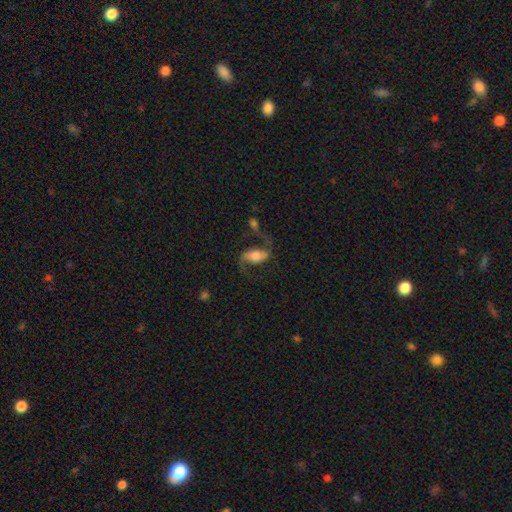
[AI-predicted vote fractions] Smooth or featured?
  - featured or disk: 73% *
  - smooth: 19%
  - star or artifact: 8%
Edge-on disk?
  - no: 94% *
  - yes: 6%
Bar?
  - strong: 35% * (tied)
  - weak: 35% * (tied)
  - no: 30%
Spiral arms?
  - yes: 93% *
  - no: 7%
Spiral winding?
  - loose: 72% *
  - medium: 23%
  - tight: 5%
Spiral arm count?
  - 2: 91% *
  - 1: 4%
  - can't tell: 2%
  - 3: 1%
  - 4: 1%
  - more than 4: 1%
Bulge size?
  - moderate: 45% *
  - large: 27%
  - small: 18%
  - none: 5%
  - dominant: 5%
Merging?
  - none: 57% *
  - major disturbance: 18%
  - minor disturbance: 15%
  - merger: 10%